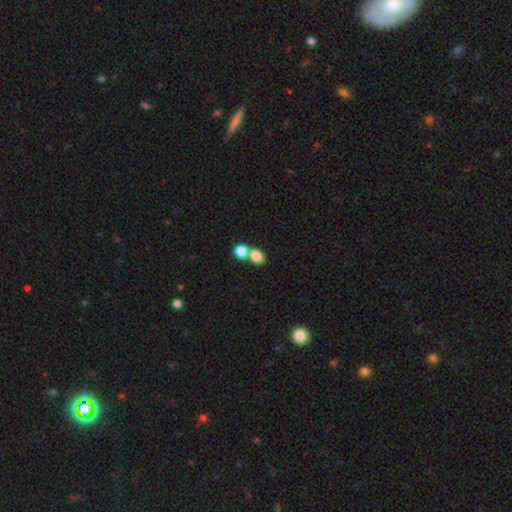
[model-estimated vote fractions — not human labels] The model was most divided on "merging": merger: 47%, none: 42%, minor disturbance: 7%, major disturbance: 3%. More confident: smooth or featured — smooth (82%); how rounded — in between (55%).